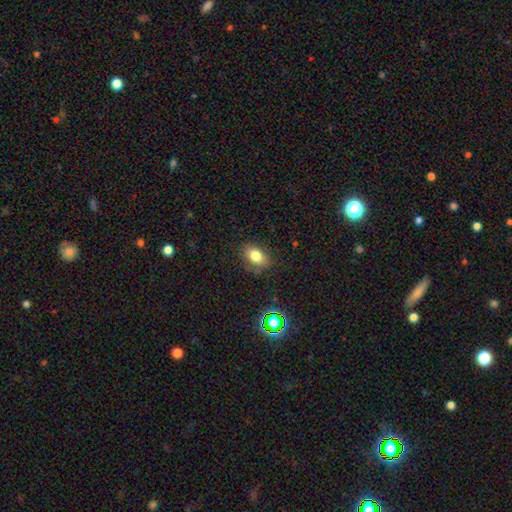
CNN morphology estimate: Smooth or featured: smooth — 78% (star or artifact — 13%)
How rounded: in between — 81% (round — 18%)
Merging: none — 77% (minor disturbance — 16%)